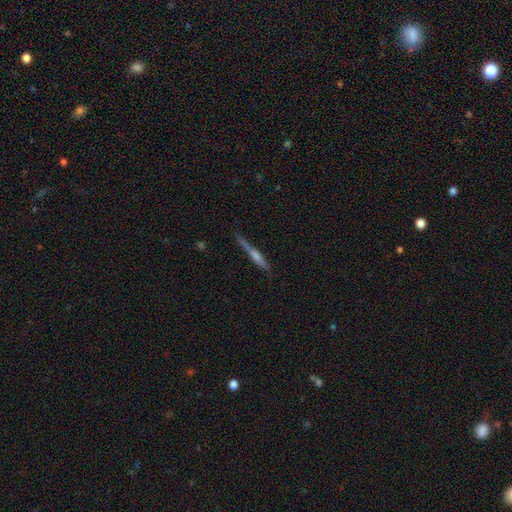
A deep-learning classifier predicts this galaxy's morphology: Overall: featured or disk (62%; smooth 31%). Edge-on disk: yes (97%). Edge-on bulge: rounded (61%; none 25%). Merging: none (80%).